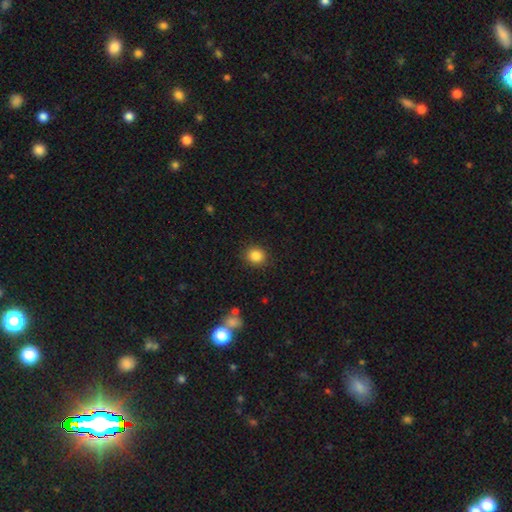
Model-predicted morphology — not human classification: Smooth or featured? Predicted: smooth (p=0.85). How rounded? Predicted: round (p=0.85). Merging? Predicted: none (p=0.90).